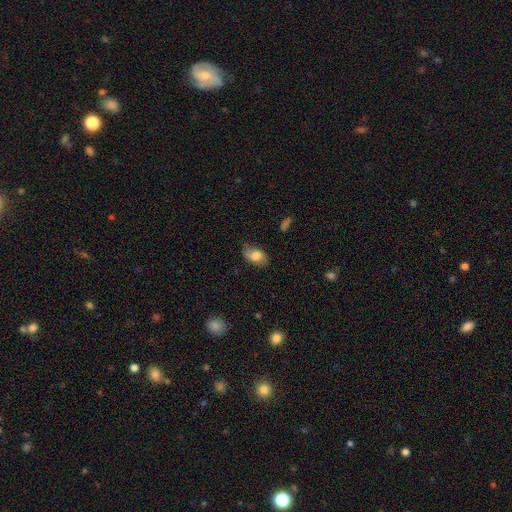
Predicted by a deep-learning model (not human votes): The model was most divided on "merging": none: 70%, minor disturbance: 23%, major disturbance: 5%, merger: 1%. More confident: how rounded — in between (90%); smooth or featured — smooth (74%).